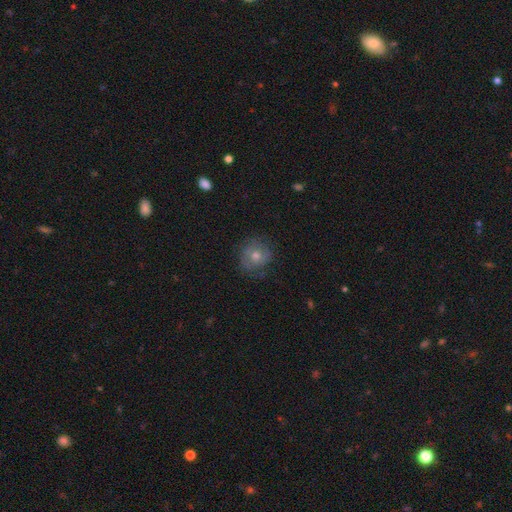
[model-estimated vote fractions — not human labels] Smooth or featured? smooth (43%)
Merging? none (75%)